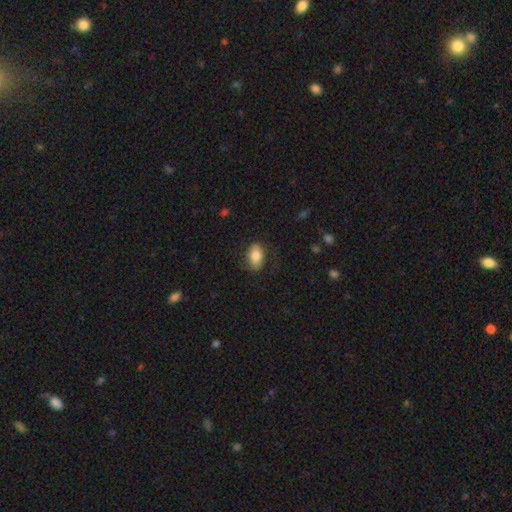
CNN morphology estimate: This appears to be a smooth galaxy with no disk features (81%) that is in between round and cigar-shaped (89%). Merging: none (76%).